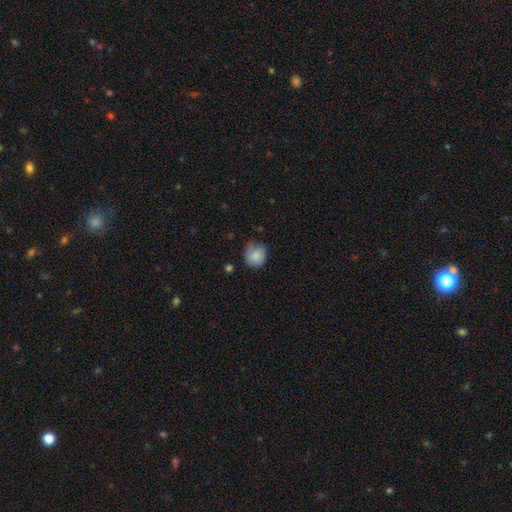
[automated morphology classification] Smooth or featured?
  - smooth: 82% *
  - featured or disk: 11%
  - star or artifact: 8%
How rounded?
  - round: 84% *
  - in between: 15%
  - cigar-shaped: 1%
Merging?
  - none: 60% *
  - minor disturbance: 31%
  - major disturbance: 7%
  - merger: 2%